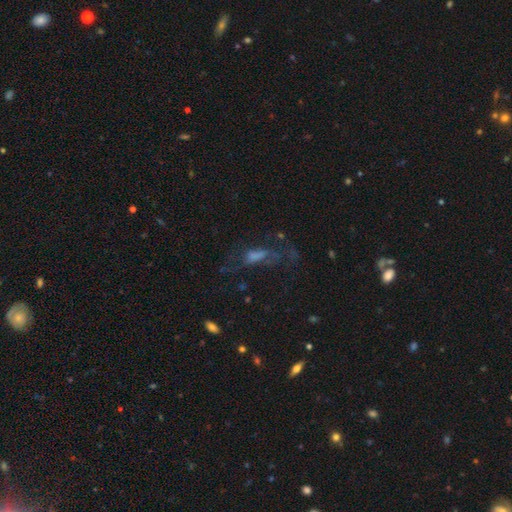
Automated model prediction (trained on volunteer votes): Smooth or featured: featured or disk — 43% (smooth — 32%)
Merging: none — 44% (major disturbance — 34%)